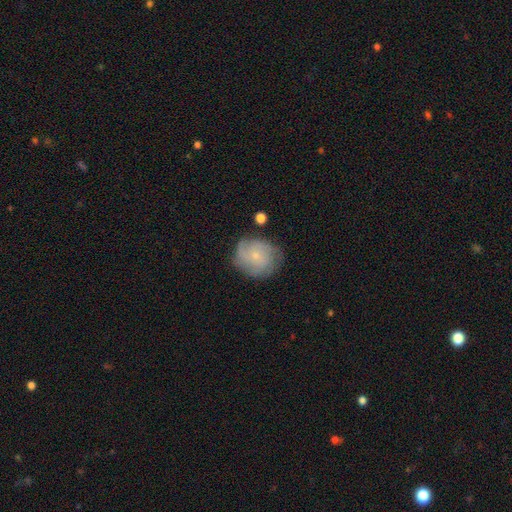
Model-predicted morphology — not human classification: Smooth or featured? featured or disk (49%)
Merging? none (67%)